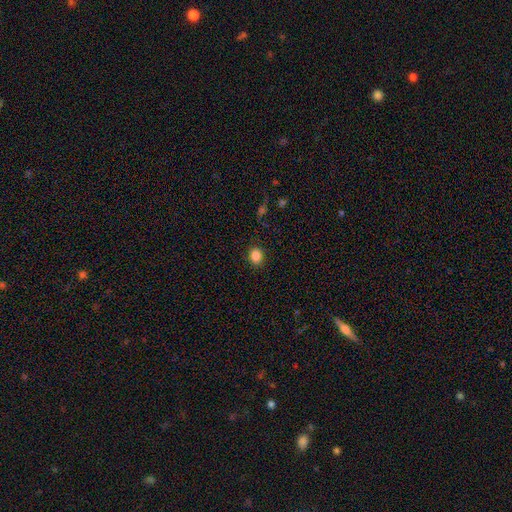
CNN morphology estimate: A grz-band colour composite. It shows a smooth galaxy with no disk features (86%) that is round (61%). Merging: none (90%).